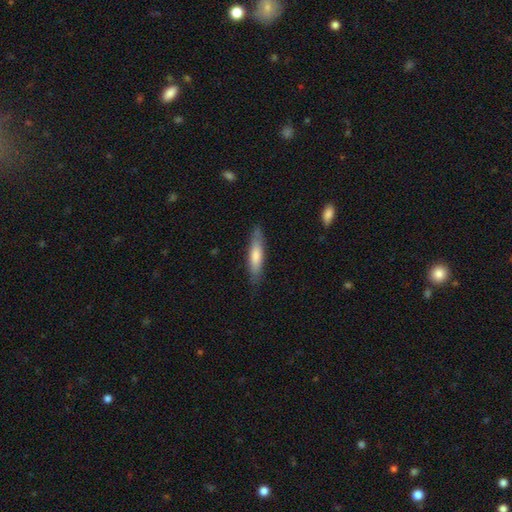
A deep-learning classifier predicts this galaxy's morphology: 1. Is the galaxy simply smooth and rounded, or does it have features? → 61% smooth, 33% featured or disk, 6% star or artifact.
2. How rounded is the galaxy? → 81% cigar-shaped, 18% in between, 1% round.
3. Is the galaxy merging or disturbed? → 83% none, 13% minor disturbance, 2% major disturbance, 1% merger.